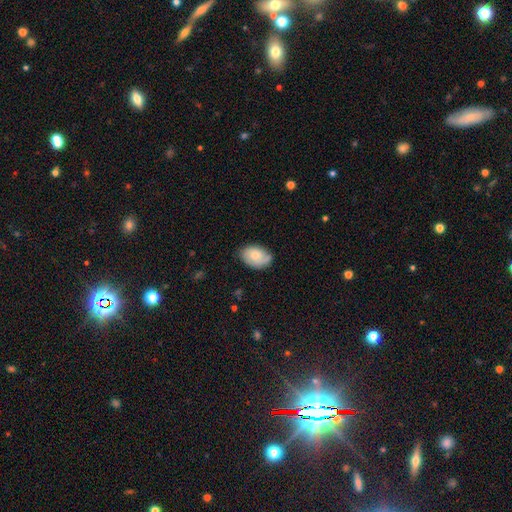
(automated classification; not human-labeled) This is possibly a smooth galaxy (58%). How rounded: clearly in between (83%). Merging: likely none (66%).